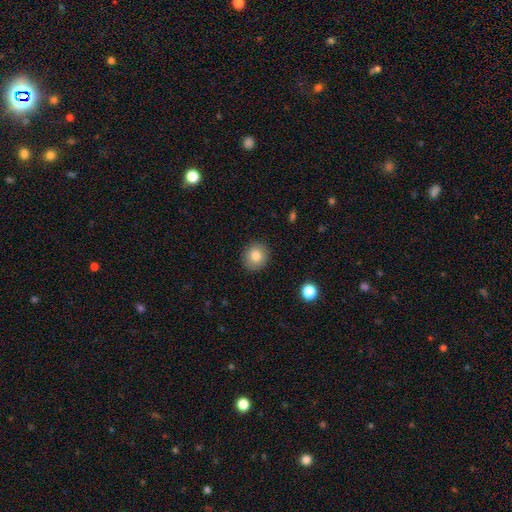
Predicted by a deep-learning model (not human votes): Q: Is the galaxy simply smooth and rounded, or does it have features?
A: smooth — 82%.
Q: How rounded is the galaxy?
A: round — 83%.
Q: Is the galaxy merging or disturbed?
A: none — 89%.